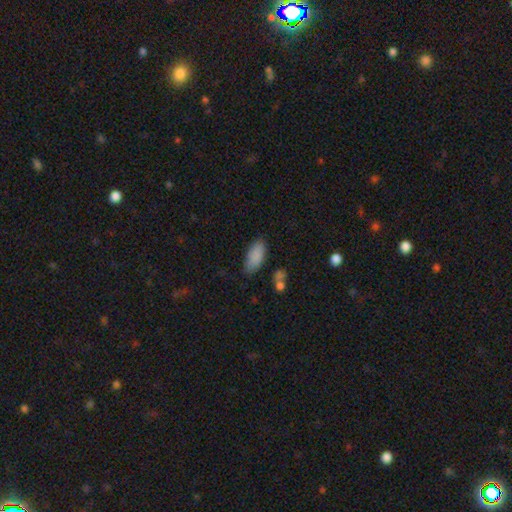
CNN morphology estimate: smooth 87%, star or artifact 7%, featured or disk 6%. Down the decision tree: how rounded — in between (88%); merging — none (76%).